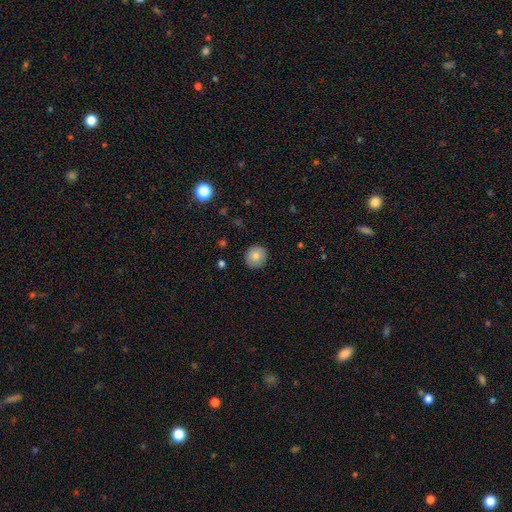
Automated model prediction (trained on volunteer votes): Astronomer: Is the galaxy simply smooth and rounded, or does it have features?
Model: smooth — 82%.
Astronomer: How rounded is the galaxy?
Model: round — 90%.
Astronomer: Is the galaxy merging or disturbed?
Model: none — 89%.